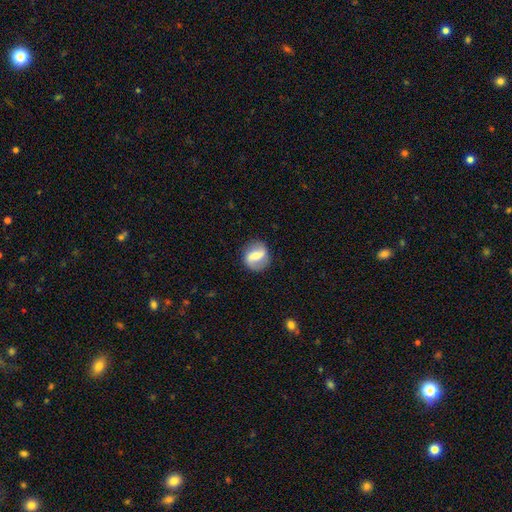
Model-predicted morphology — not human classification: featured or disk 55%, smooth 38%, star or artifact 7%. Down the decision tree: edge-on disk — no (94%); bar — strong (48%); spiral arms — yes (70%); bulge size — moderate (48%); merging — none (82%).